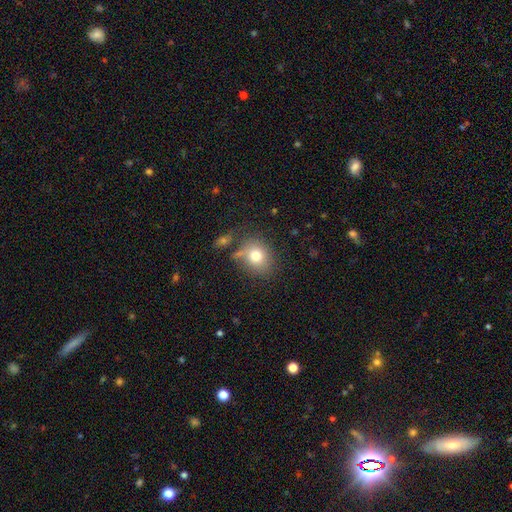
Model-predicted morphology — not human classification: A smooth galaxy with no disk features (76%) that is round (66%).

Vote fractions:
- Smooth or featured? smooth: 76% / featured or disk: 13% / star or artifact: 12%
- How rounded? round: 66% / in between: 33% / cigar-shaped: 1%
- Merging? none: 66% / minor disturbance: 16% / merger: 11% / major disturbance: 7%